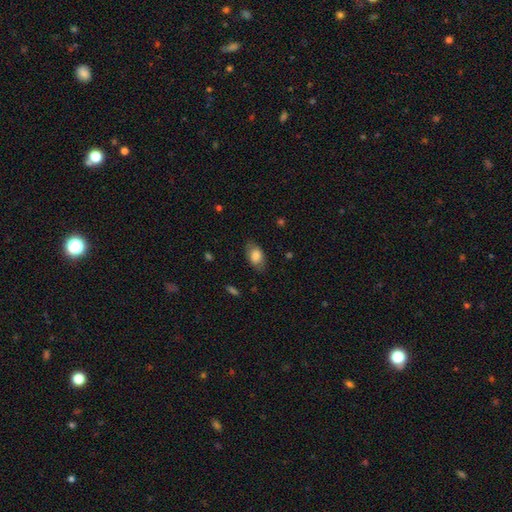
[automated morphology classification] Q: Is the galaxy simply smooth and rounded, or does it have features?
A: smooth — 79%.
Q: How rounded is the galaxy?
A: in between — 91%.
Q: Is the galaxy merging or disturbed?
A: none — 78%.